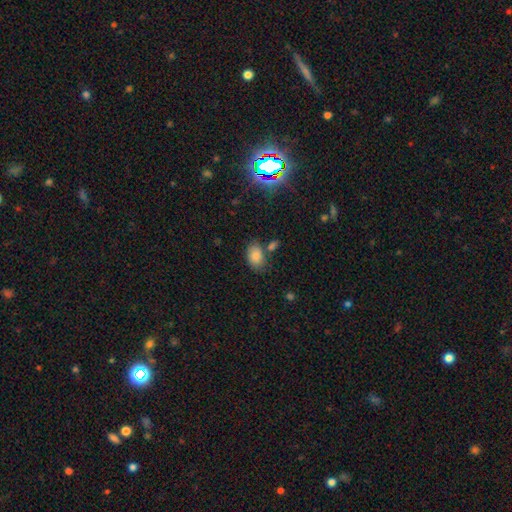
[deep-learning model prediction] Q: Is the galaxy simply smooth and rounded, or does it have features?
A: smooth — 83%.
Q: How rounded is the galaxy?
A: in between — 83%.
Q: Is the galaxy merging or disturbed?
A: none — 65%.